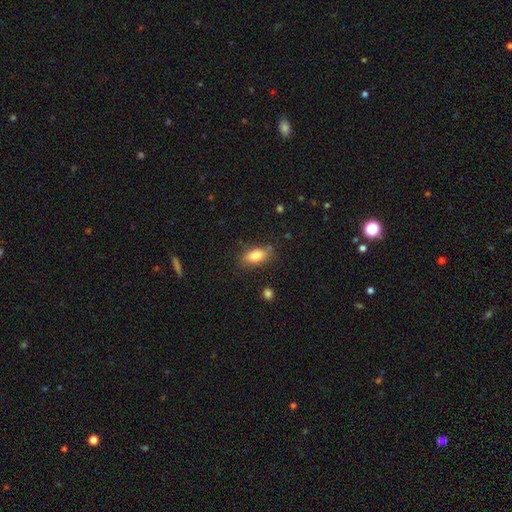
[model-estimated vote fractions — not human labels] Morphology: type=smooth (83%); roundness=in between (86%); merging=none (79%).